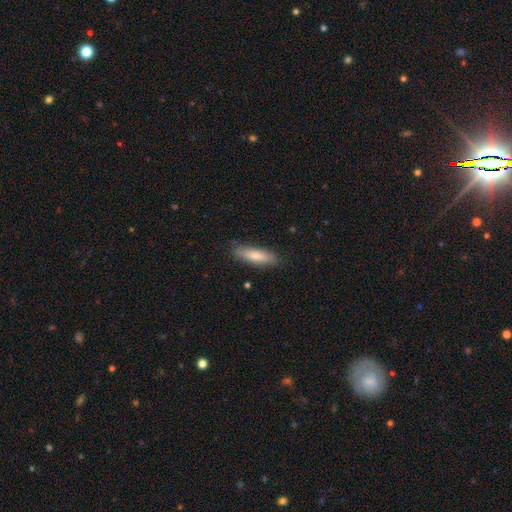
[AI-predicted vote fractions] Morphology: type=smooth (78%); roundness=cigar-shaped (59%); merging=none (83%).